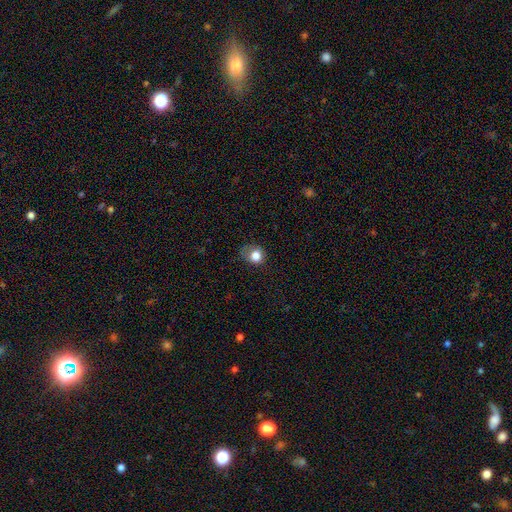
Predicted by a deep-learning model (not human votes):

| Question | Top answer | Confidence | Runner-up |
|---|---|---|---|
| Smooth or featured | smooth | 79% | star or artifact (11%) |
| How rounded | round | 75% | in between (24%) |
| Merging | none | 59% | minor disturbance (28%) |